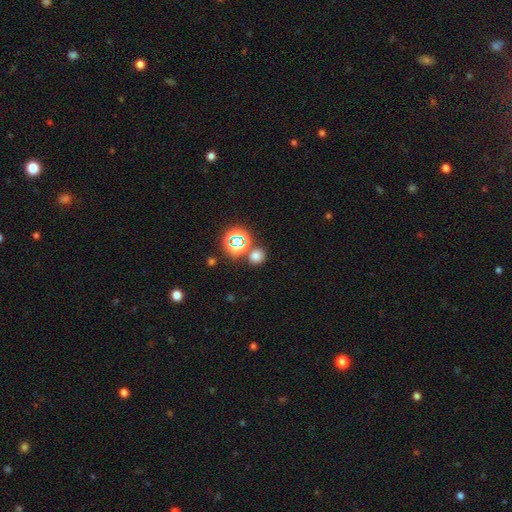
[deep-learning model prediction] Overall: smooth (67%). How rounded: round (79%). Merging: none (76%).